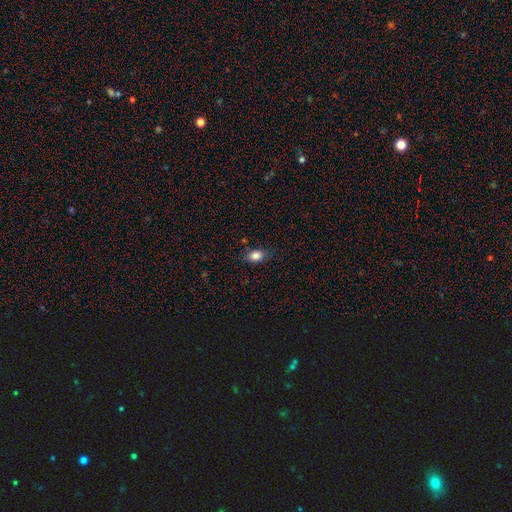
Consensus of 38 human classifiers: A smooth galaxy with no disk features (92%) that is in between round and cigar-shaped (89%). Merging: none (81%).